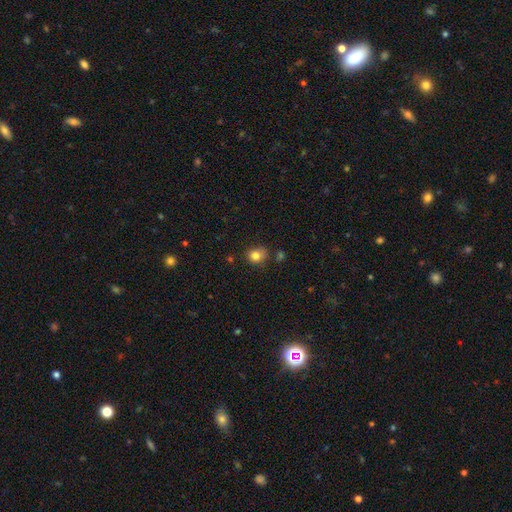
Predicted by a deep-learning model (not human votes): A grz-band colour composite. It shows a smooth galaxy with no disk features (82%) that is round (73%). Merging: none (71%).